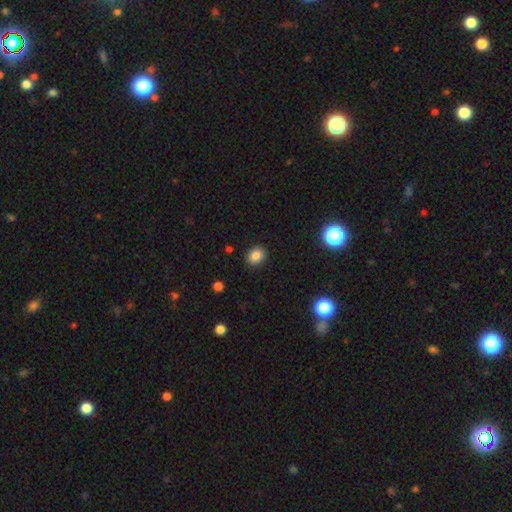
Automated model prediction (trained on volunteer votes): The model was most divided on "how rounded": round: 51%, in between: 48%, cigar-shaped: 1%. More confident: merging — none (89%); smooth or featured — smooth (85%).